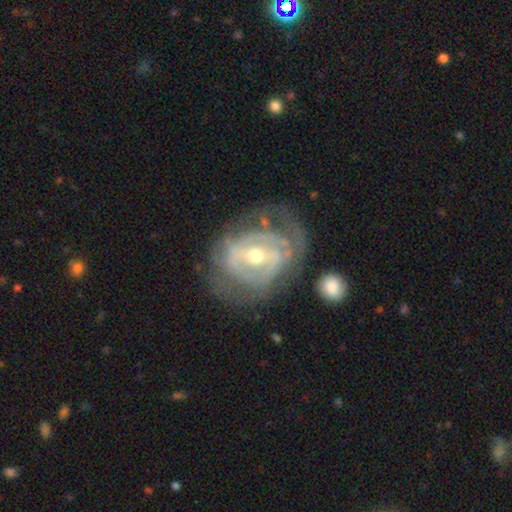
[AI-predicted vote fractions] smooth-or-featured: featured or disk: 83% | smooth: 12% | star or artifact: 5%
  disk-edge-on: no: 96% | yes: 4%
    bar: weak: 42% | strong: 33% | no: 26%
    has-spiral-arms: yes: 75% | no: 25%
      spiral-winding: tight: 56% | medium: 32% | loose: 13%
      spiral-arm-count: 2: 40% | can't tell: 37% | 3: 11% | 1: 5% | 4: 4% | more than 4: 3%
    bulge-size: moderate: 63% | small: 32% | large: 4% | none: 1% | dominant: 1%
  merging: none: 56% | minor disturbance: 22% | major disturbance: 18% | merger: 4%